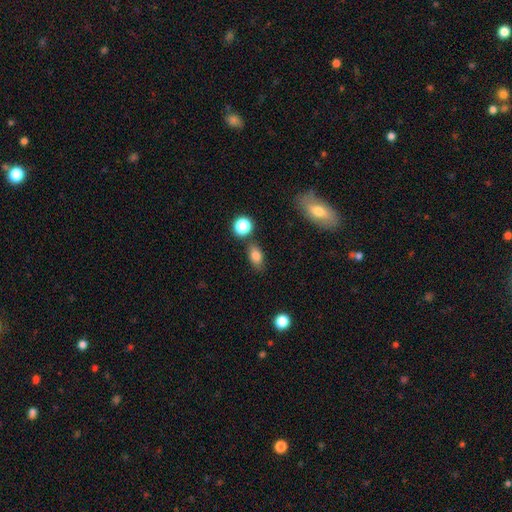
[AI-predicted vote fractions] smooth-or-featured: smooth: 81% | star or artifact: 10% | featured or disk: 9%
  how-rounded: in between: 82% | round: 14% | cigar-shaped: 4%
  merging: none: 76% | minor disturbance: 13% | merger: 8% | major disturbance: 3%